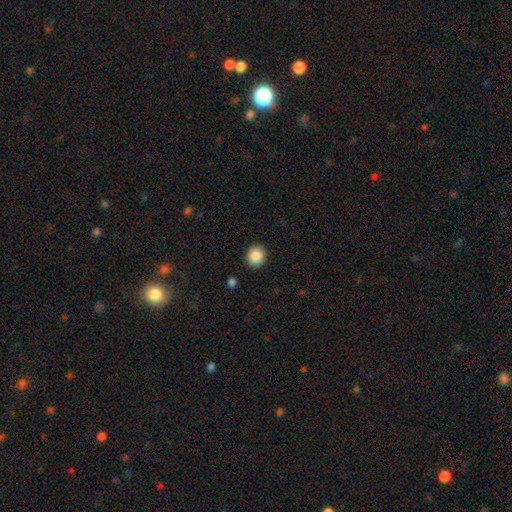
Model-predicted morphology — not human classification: smooth 87%, star or artifact 8%, featured or disk 4%. Down the decision tree: how rounded — round (81%); merging — none (90%).